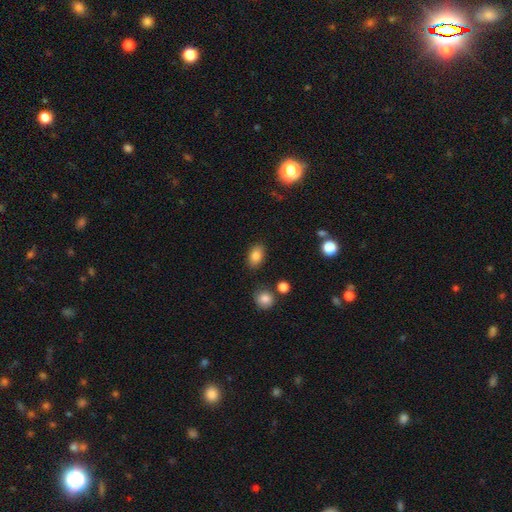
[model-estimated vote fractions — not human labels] smooth 84%, star or artifact 9%, featured or disk 7%. Down the decision tree: how rounded — in between (86%); merging — none (84%).